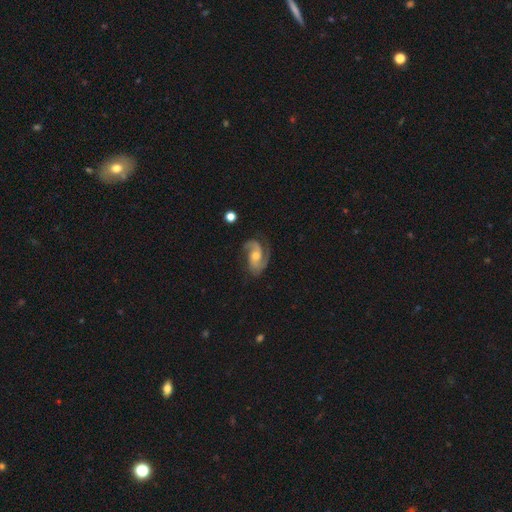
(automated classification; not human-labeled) smooth-or-featured: featured or disk: 88% | smooth: 7% | star or artifact: 5%
  disk-edge-on: no: 97% | yes: 3%
    bar: no: 54% | weak: 34% | strong: 11%
    has-spiral-arms: yes: 97% | no: 3%
      spiral-winding: medium: 52% | loose: 26% | tight: 22%
      spiral-arm-count: 2: 85% | 3: 5% | can't tell: 4% | 1: 4% | 4: 1% | more than 4: 1%
    bulge-size: moderate: 61% | small: 32% | large: 4% | none: 2% | dominant: 1%
  merging: none: 68% | minor disturbance: 19% | major disturbance: 11% | merger: 2%